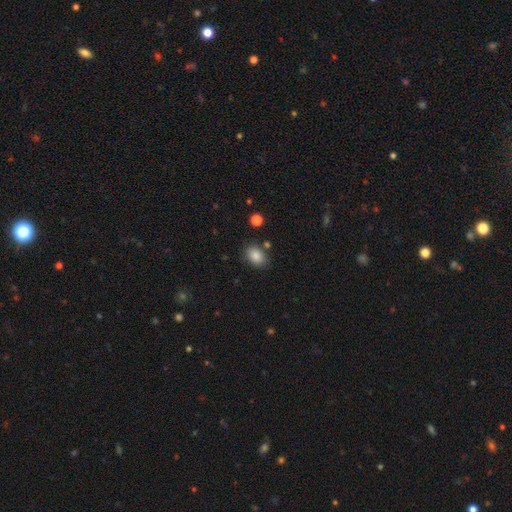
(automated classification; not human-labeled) Smooth or featured? Predicted: smooth (p=0.85). How rounded? Predicted: in between (p=0.73). Merging? Predicted: none (p=0.80).